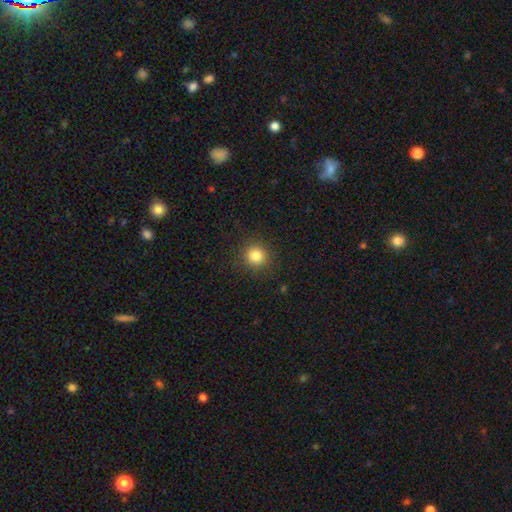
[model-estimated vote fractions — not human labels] This is clearly a smooth galaxy (83%). How rounded: clearly round (92%). Merging: clearly none (89%).